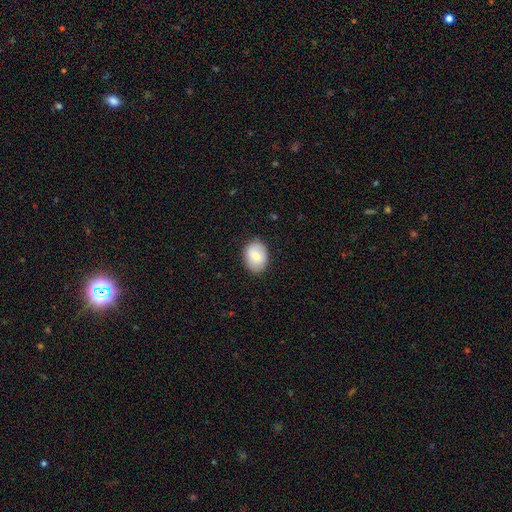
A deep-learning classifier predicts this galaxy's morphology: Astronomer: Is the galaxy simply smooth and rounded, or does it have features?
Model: smooth — 80%.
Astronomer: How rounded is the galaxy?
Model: in between — 68%.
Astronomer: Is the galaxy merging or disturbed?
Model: none — 86%.